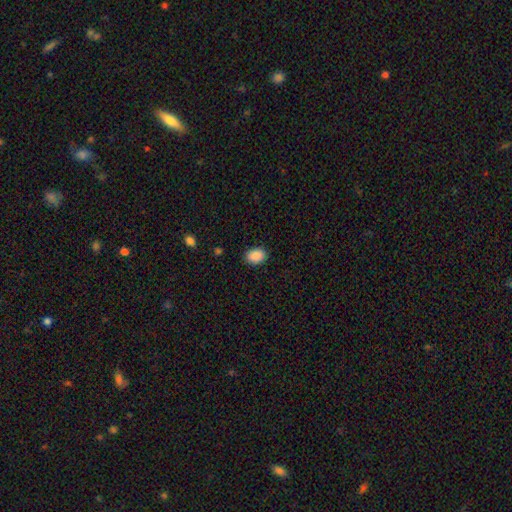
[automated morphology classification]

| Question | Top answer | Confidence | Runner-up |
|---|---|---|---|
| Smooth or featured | smooth | 90% | star or artifact (8%) |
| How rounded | in between | 79% | round (20%) |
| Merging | none | 87% | minor disturbance (9%) |